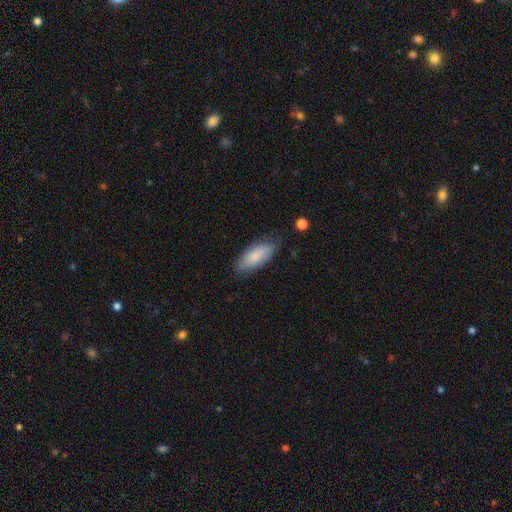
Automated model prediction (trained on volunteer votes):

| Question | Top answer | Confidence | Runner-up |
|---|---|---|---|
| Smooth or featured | smooth | 82% | featured or disk (12%) |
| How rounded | in between | 79% | cigar-shaped (19%) |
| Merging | none | 77% | minor disturbance (18%) |